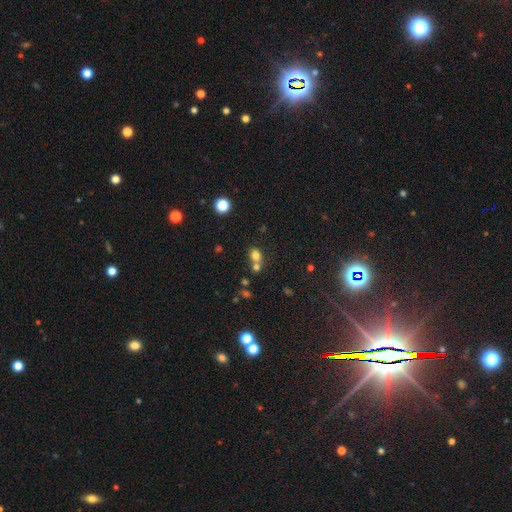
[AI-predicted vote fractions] Smooth or featured?
  - smooth: 76% *
  - star or artifact: 15%
  - featured or disk: 9%
How rounded?
  - in between: 53% *
  - round: 46%
  - cigar-shaped: 1%
Merging?
  - none: 45% *
  - merger: 43%
  - minor disturbance: 9%
  - major disturbance: 4%